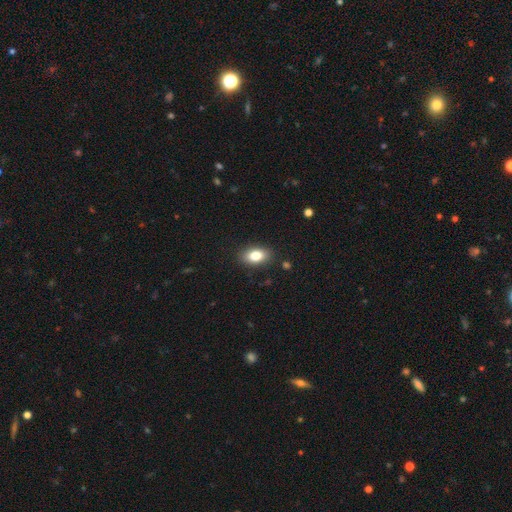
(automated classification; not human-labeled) A smooth galaxy with no disk features (83%) that is in between round and cigar-shaped (88%). Merging: none (88%).